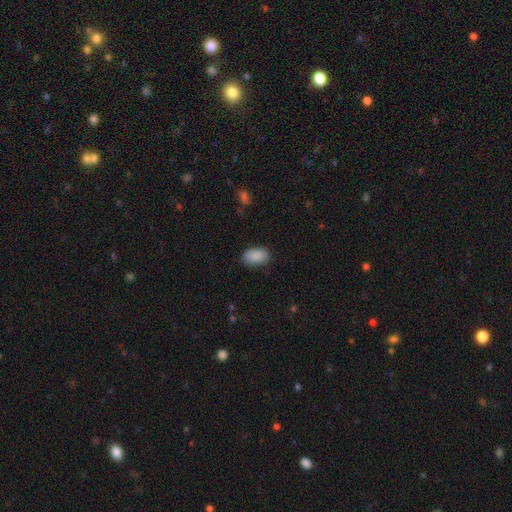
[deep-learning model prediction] smooth-or-featured: smooth: 89% | star or artifact: 7% | featured or disk: 4%
  how-rounded: in between: 91% | round: 8% | cigar-shaped: 1%
  merging: none: 80% | minor disturbance: 15% | major disturbance: 3% | merger: 1%